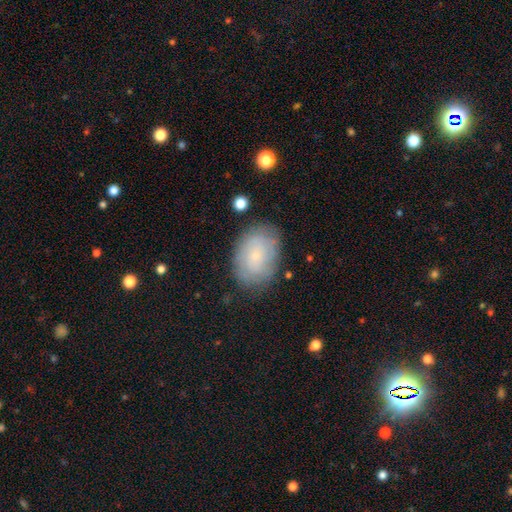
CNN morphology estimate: A smooth galaxy with no disk features (56%) that is in between round and cigar-shaped (80%).

Vote fractions:
- Smooth or featured? smooth: 56% / featured or disk: 36% / star or artifact: 8%
- How rounded? in between: 80% / round: 19% / cigar-shaped: 1%
- Merging? none: 77% / minor disturbance: 16% / major disturbance: 5% / merger: 2%